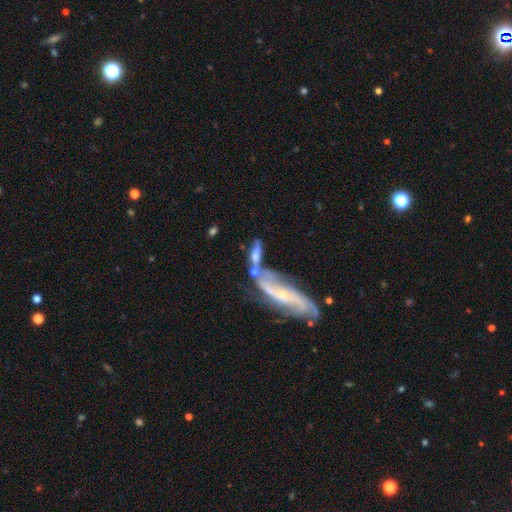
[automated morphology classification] Q: Smooth or featured?
A: featured or disk (53%); runner-up: smooth (38%)
Q: Edge-on disk?
A: no (62%); runner-up: yes (38%)
Q: Merging?
A: merger (60%); runner-up: none (19%)